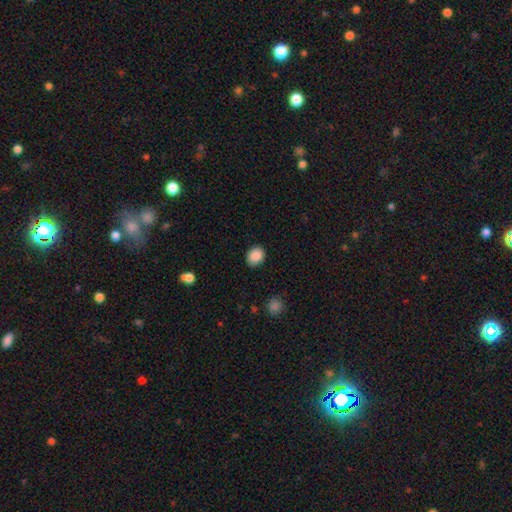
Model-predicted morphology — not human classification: A smooth galaxy with no disk features (88%) that is round (56%). Merging: none (86%).